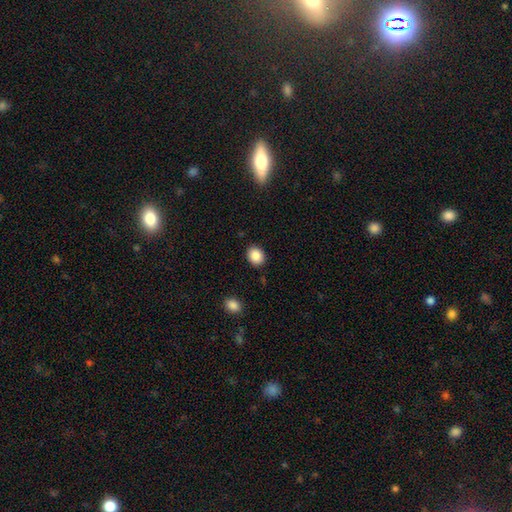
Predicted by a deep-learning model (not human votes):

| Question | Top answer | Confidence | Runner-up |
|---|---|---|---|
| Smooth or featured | smooth | 88% | star or artifact (8%) |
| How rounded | round | 56% | in between (44%) |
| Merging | none | 88% | minor disturbance (8%) |